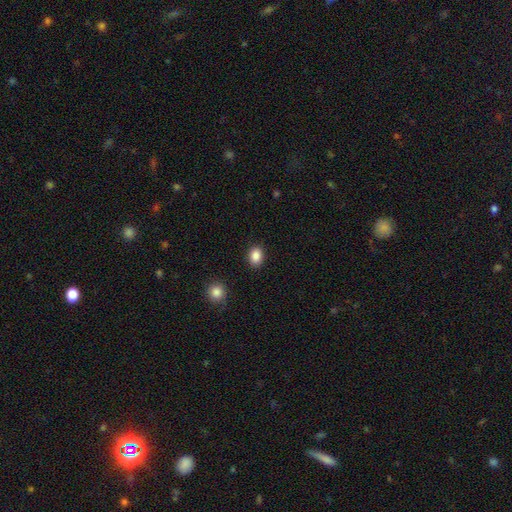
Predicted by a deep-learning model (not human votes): Smooth or featured? Predicted: smooth (p=0.87). How rounded? Predicted: in between (p=0.65). Merging? Predicted: none (p=0.89).